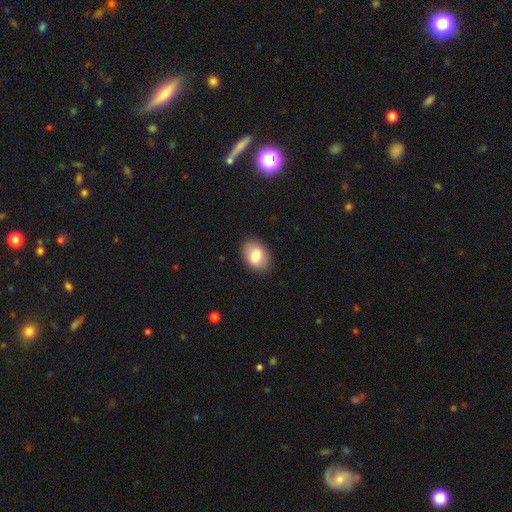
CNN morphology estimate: Smooth or featured? Predicted: smooth (p=0.81). How rounded? Predicted: in between (p=0.77). Merging? Predicted: none (p=0.87).